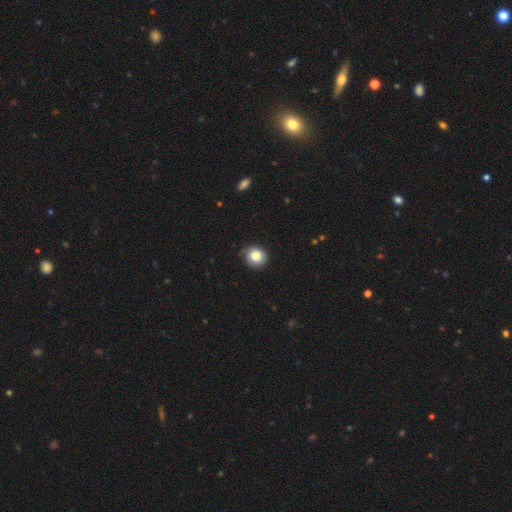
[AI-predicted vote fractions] Morphology: type=smooth (84%); roundness=round (88%); merging=none (88%).